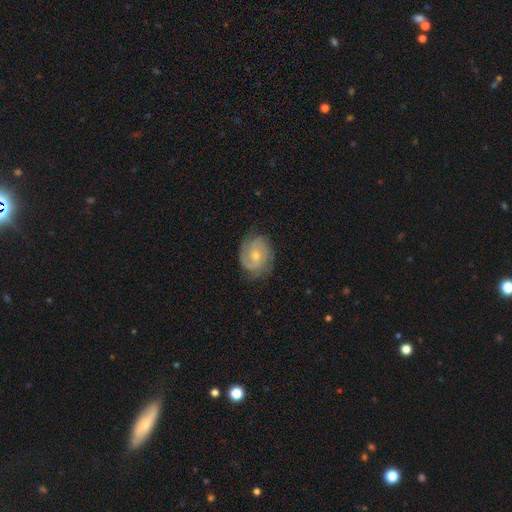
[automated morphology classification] This appears to be a featured or disk galaxy (80%) with no bar (67%), 2 (57%) tight (51%) spiral arms (95%) and a small central bulge (50%). Merging: none (74%).